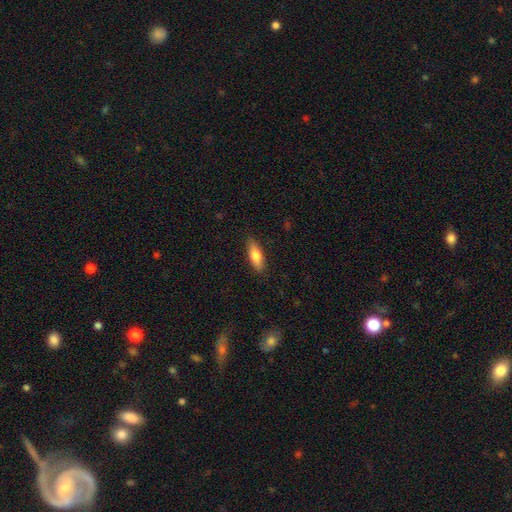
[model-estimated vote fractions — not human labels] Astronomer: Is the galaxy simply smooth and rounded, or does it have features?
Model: smooth — 74%.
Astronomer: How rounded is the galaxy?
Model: in between — 58% (runner-up: cigar-shaped, 39%).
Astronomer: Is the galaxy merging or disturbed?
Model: none — 86%.